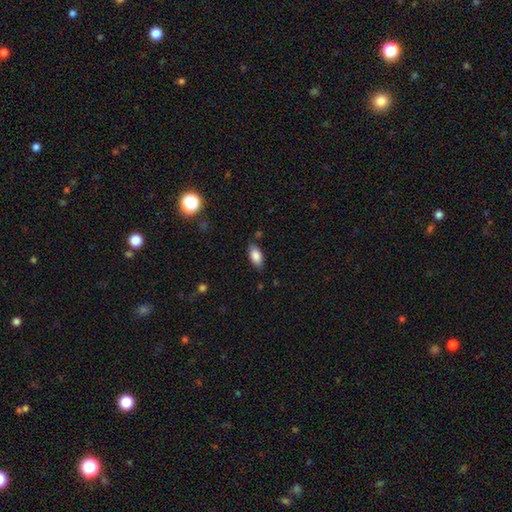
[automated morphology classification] smooth 85%, star or artifact 8%, featured or disk 8%. Down the decision tree: how rounded — in between (91%); merging — none (79%).